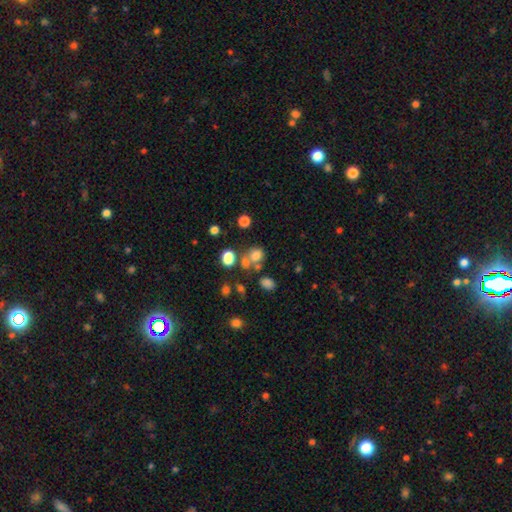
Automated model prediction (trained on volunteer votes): Overall: smooth (71%). How rounded: round (64%; in between 35%). Merging: none (48%; merger 32%).